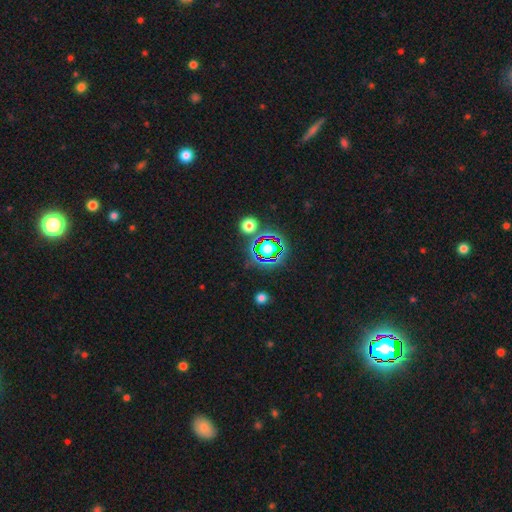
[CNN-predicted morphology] Smooth or featured? star or artifact (78%)